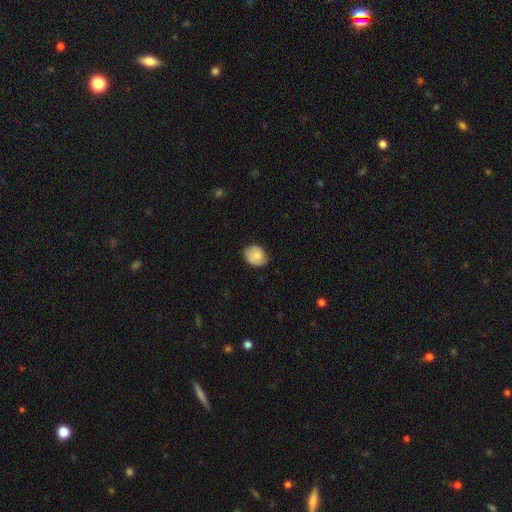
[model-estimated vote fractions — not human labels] This appears to be a smooth galaxy with no disk features (82%) that is round (62%). Merging: none (72%).